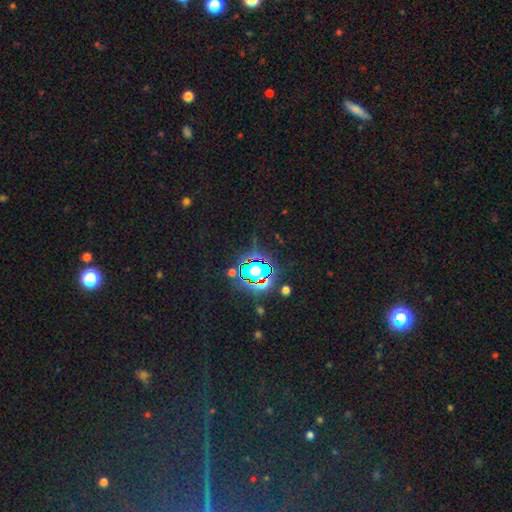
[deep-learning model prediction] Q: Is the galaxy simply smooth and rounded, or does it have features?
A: star or artifact — 84%.